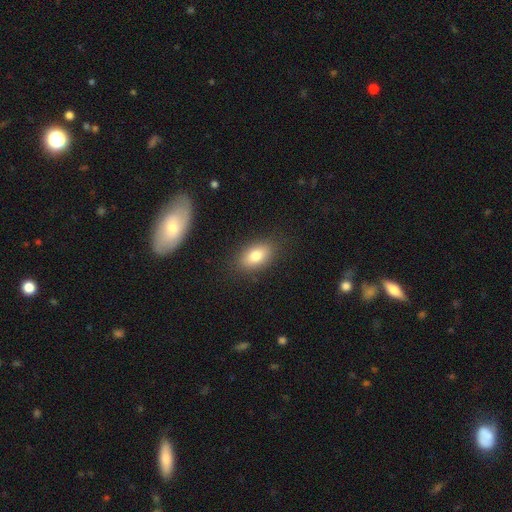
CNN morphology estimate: The model was most divided on "smooth or featured": smooth: 79%, featured or disk: 12%, star or artifact: 9%. More confident: how rounded — in between (88%); merging — none (85%).